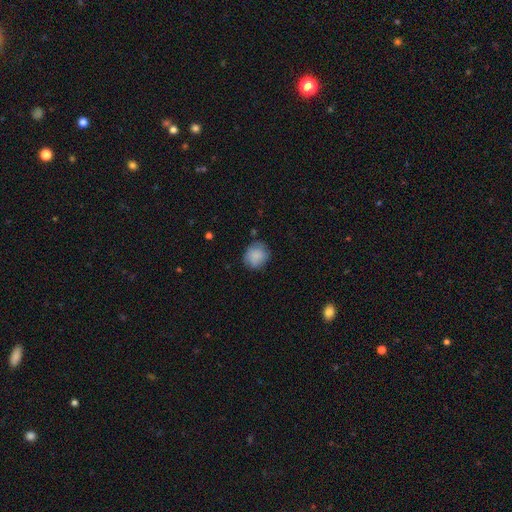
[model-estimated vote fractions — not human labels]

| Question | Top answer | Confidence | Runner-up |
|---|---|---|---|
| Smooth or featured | smooth | 83% | featured or disk (9%) |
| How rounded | round | 78% | in between (21%) |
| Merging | none | 74% | minor disturbance (20%) |